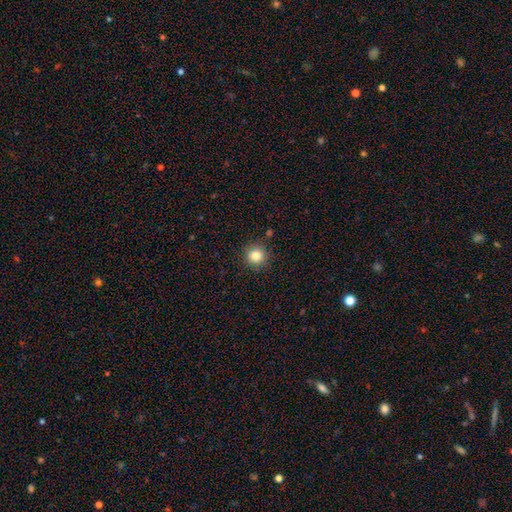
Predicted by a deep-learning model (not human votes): Smooth or featured?
  - smooth: 82% *
  - star or artifact: 12%
  - featured or disk: 6%
How rounded?
  - round: 94% *
  - in between: 5%
  - cigar-shaped: 1%
Merging?
  - none: 89% *
  - minor disturbance: 7%
  - major disturbance: 2%
  - merger: 2%